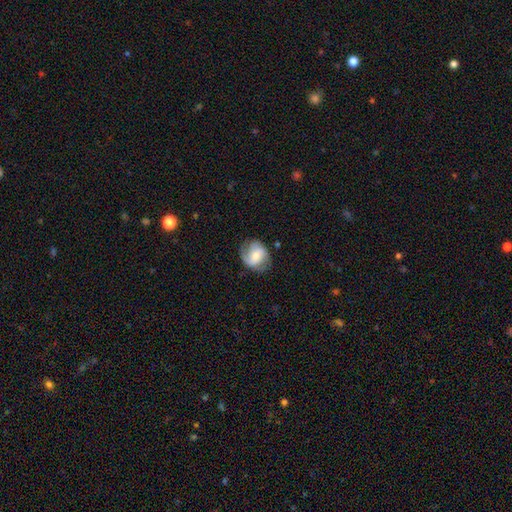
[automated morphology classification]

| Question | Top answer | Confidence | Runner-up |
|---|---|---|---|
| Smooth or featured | featured or disk | 60% | smooth (33%) |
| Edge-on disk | no | 97% | yes (3%) |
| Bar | no | 44% | weak (38%) |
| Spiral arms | yes | 87% | no (13%) |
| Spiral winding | medium | 44% | tight (28%) |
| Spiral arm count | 2 | 71% | can't tell (12%) |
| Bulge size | moderate | 48% | small (40%) |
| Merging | none | 68% | minor disturbance (21%) |